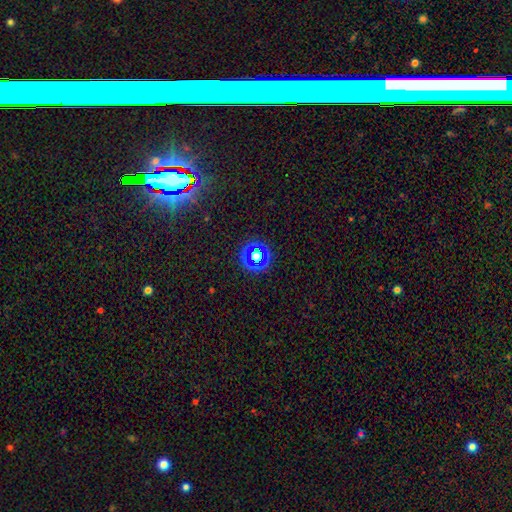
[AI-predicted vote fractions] smooth-or-featured: star or artifact: 53% | smooth: 36% | featured or disk: 11%